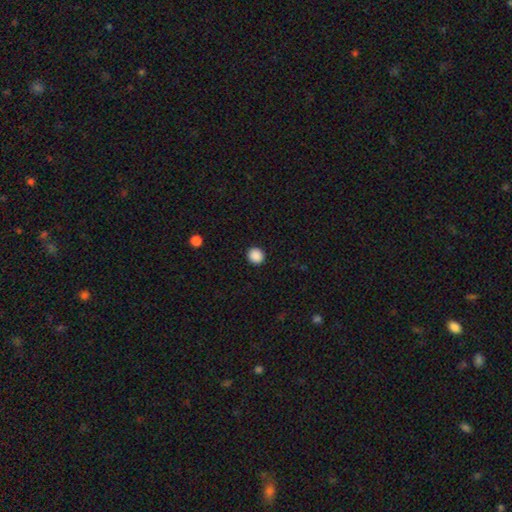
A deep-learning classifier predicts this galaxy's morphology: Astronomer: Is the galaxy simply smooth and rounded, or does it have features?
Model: smooth — 89%.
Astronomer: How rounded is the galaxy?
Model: round — 91%.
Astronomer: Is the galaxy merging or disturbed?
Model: none — 93%.